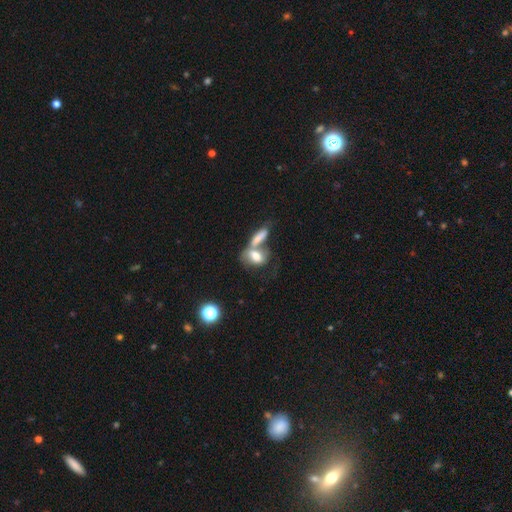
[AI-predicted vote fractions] Morphology: type=smooth (65%); roundness=in between (82%); merging=merger (64%).